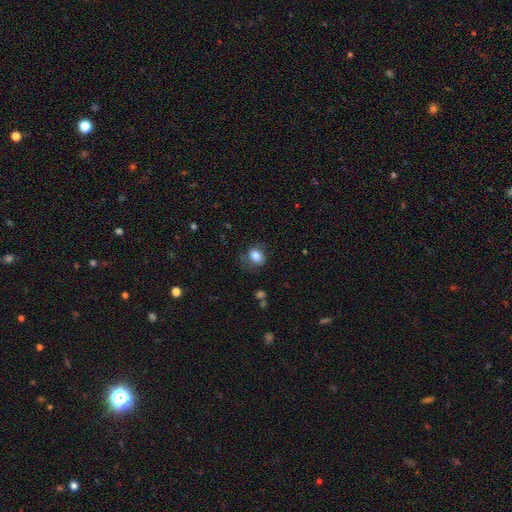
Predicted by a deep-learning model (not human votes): Overall: smooth (81%). How rounded: round (53%; in between 46%). Merging: none (69%).